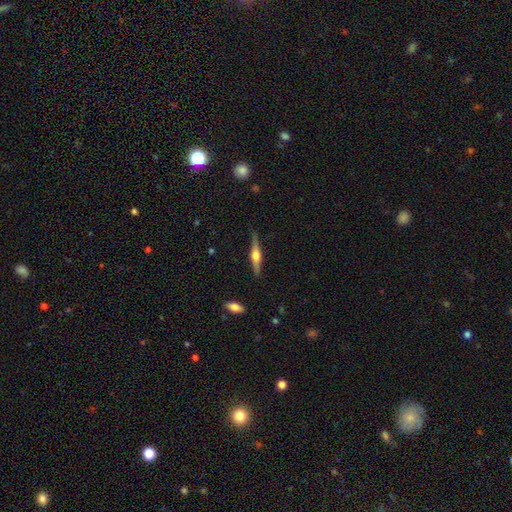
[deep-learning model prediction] A featured or disk galaxy (78%) viewed edge-on (98%) with a rounded central bulge (91%).

Vote fractions:
- Smooth or featured? featured or disk: 78% / smooth: 17% / star or artifact: 5%
- Edge-on disk? yes: 98% / no: 2%
- Edge-on bulge? rounded: 91% / boxy: 7% / none: 2%
- Merging? none: 86% / minor disturbance: 10% / major disturbance: 2% / merger: 1%